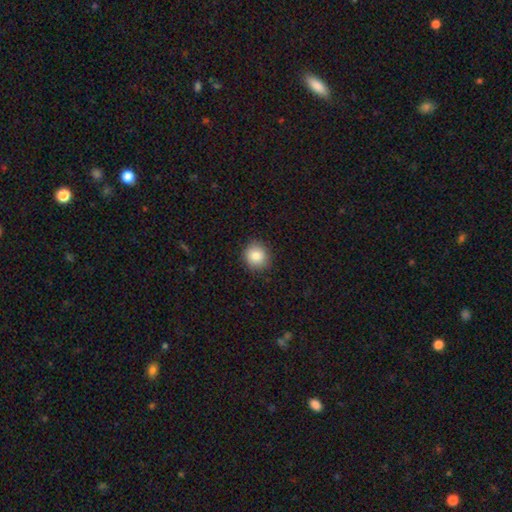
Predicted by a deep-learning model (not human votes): Overall: smooth (85%). How rounded: round (88%). Merging: none (89%).